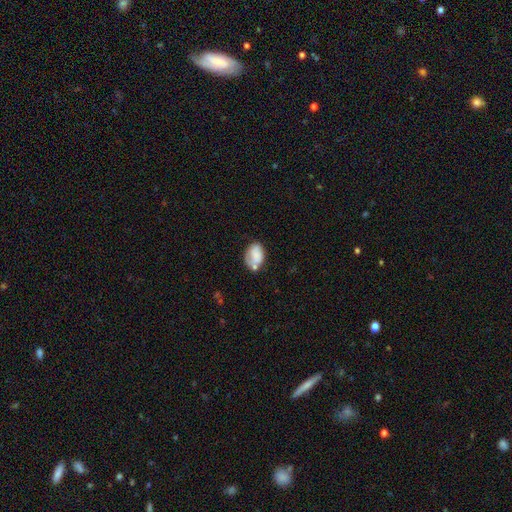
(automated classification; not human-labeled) smooth 76%, featured or disk 16%, star or artifact 8%. Down the decision tree: how rounded — in between (80%); merging — none (47%).